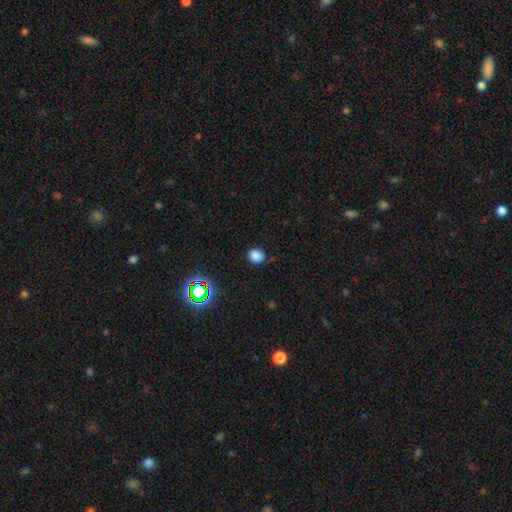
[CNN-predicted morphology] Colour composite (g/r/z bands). It shows a smooth galaxy with no disk features (79%) that is round (63%). Merging: none (81%).